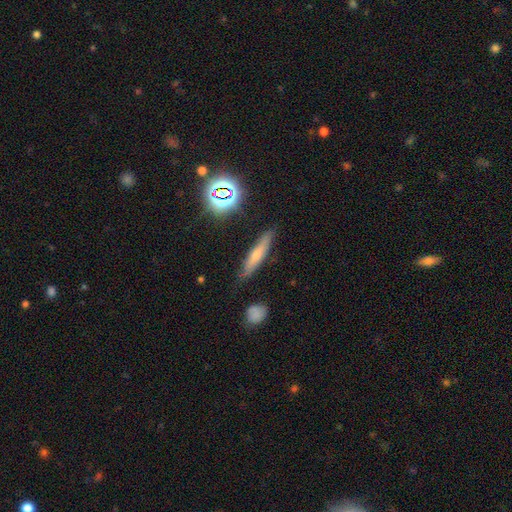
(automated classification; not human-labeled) This is marginally a smooth galaxy (44%). Merging: clearly none (86%).